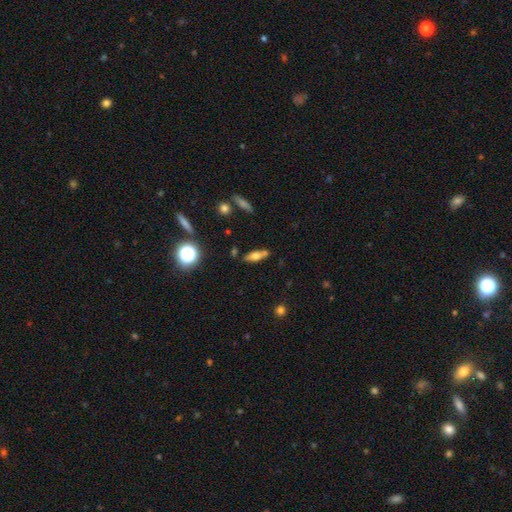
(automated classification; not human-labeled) A smooth galaxy with no disk features (56%) that is in between round and cigar-shaped (53%). Merging: none (68%).